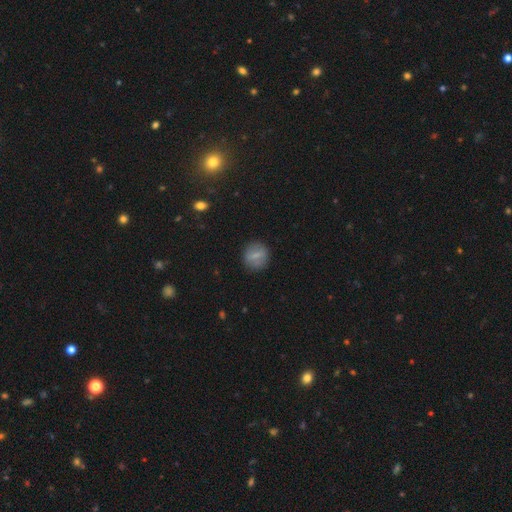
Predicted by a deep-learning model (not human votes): Smooth or featured: smooth — 64% (featured or disk — 27%)
How rounded: round — 80% (in between — 18%)
Merging: none — 85% (minor disturbance — 10%)